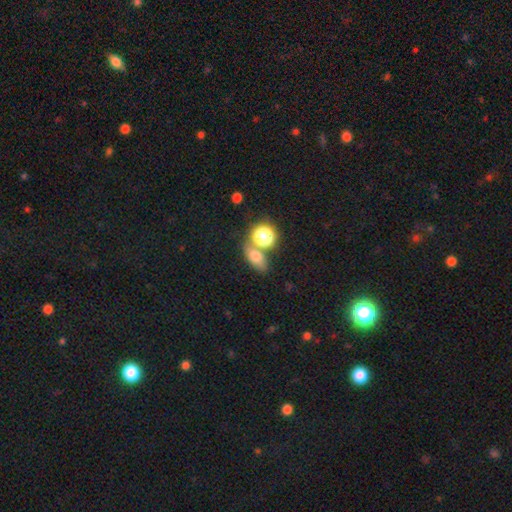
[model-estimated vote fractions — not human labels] Smooth or featured? Predicted: smooth (p=0.70). How rounded? Predicted: in between (p=0.66). Merging? Predicted: none (p=0.57).